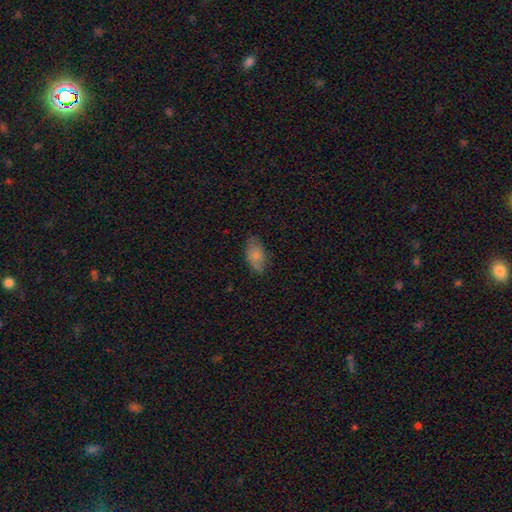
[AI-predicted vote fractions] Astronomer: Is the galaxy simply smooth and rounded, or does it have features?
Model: smooth — 78%.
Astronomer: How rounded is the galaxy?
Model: in between — 93%.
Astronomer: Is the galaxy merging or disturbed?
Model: none — 75%.